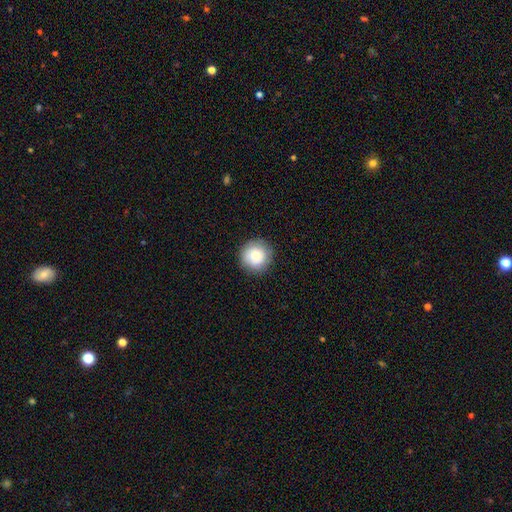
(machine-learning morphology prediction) smooth-or-featured: smooth: 79% | featured or disk: 12% | star or artifact: 9%
  how-rounded: round: 95% | in between: 4% | cigar-shaped: 1%
  merging: none: 88% | minor disturbance: 9% | major disturbance: 2% | merger: 1%